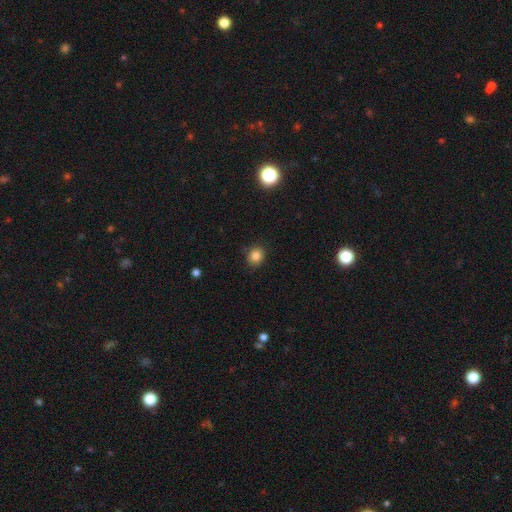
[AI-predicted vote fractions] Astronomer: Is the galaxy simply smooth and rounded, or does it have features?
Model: smooth — 84%.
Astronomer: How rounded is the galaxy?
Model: round — 74%.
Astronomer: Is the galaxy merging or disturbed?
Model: none — 85%.